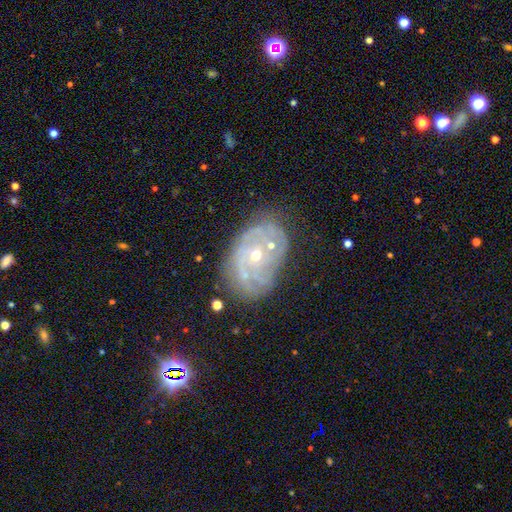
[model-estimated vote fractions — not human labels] A featured or disk galaxy (78%) with no bar (79%), tight (57%) spiral arms (79%) and a small central bulge (58%). Merging: none (54%).